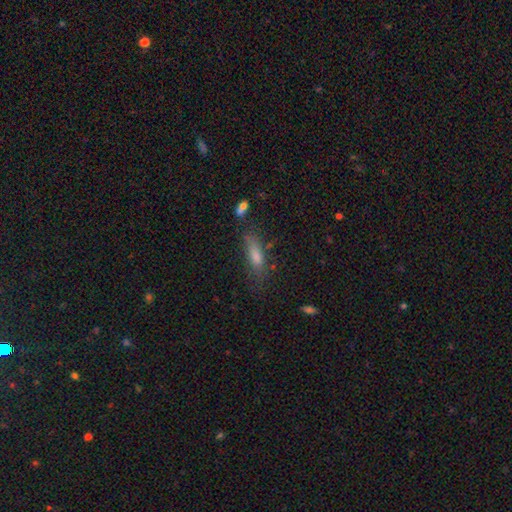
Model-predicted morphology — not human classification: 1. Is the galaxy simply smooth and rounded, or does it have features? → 66% smooth, 21% featured or disk, 13% star or artifact.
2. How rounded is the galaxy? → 56% cigar-shaped, 41% in between, 3% round.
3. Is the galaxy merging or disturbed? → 62% none, 22% minor disturbance, 10% major disturbance, 5% merger.